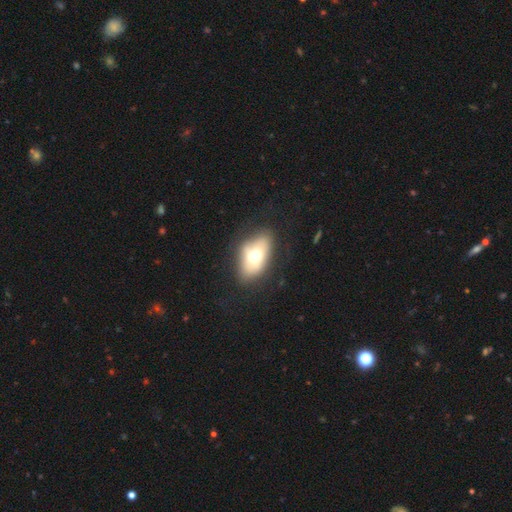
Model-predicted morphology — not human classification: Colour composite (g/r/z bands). It shows a smooth galaxy with no disk features (62%) that is in between round and cigar-shaped (90%). Merging: none (65%).